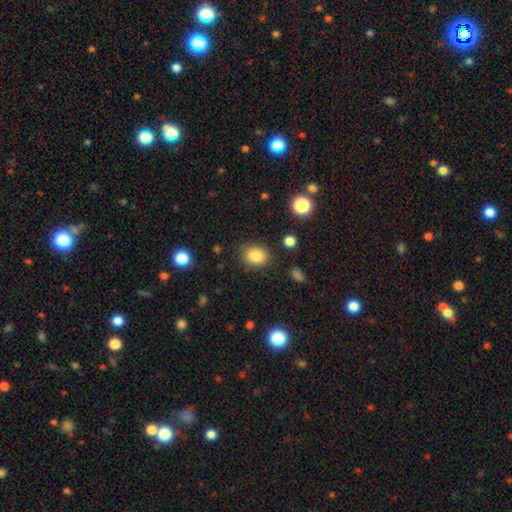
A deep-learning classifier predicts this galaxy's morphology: Smooth or featured: smooth — 83% (star or artifact — 10%)
How rounded: round — 50% (in between — 49%)
Merging: none — 84% (minor disturbance — 11%)